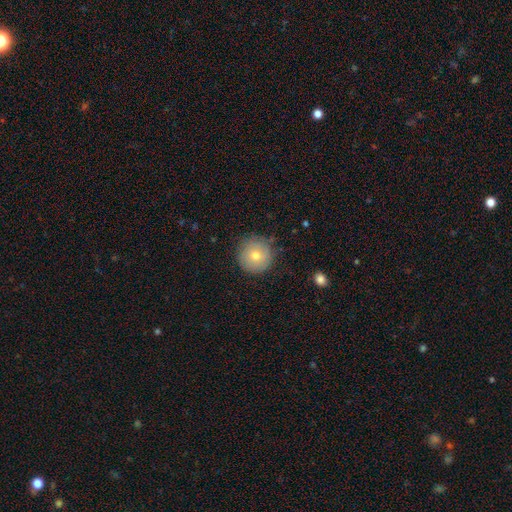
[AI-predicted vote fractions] This appears to be a smooth galaxy with no disk features (72%) that is round (96%). Merging: none (86%).